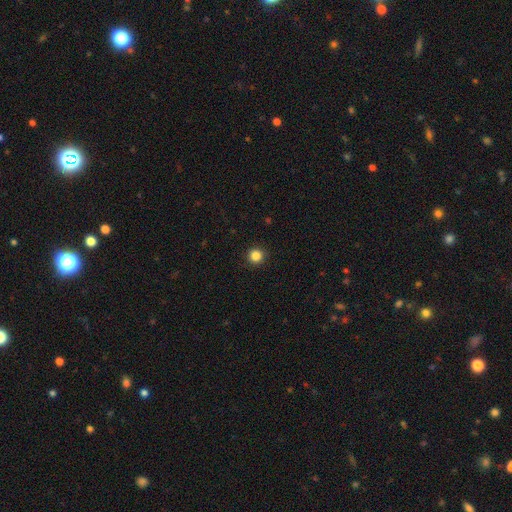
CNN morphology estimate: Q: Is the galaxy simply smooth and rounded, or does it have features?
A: smooth — 85%.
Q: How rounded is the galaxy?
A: round — 95%.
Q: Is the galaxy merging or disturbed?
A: none — 92%.